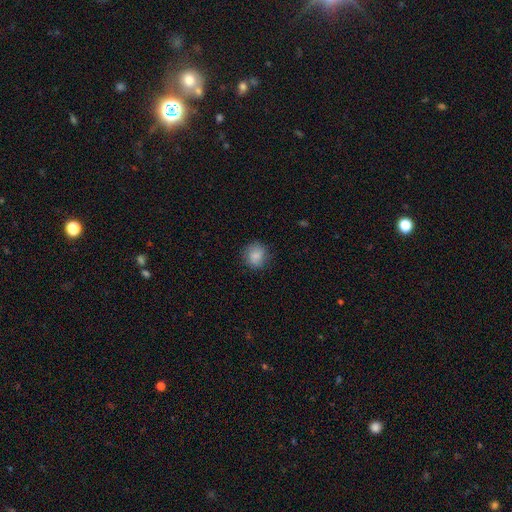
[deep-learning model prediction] Smooth or featured? smooth (85%)
How rounded? round (86%)
Merging? none (84%)